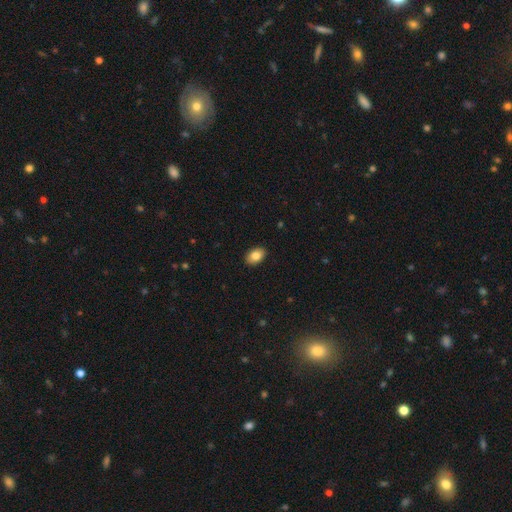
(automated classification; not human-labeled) Smooth or featured: smooth — 84% (featured or disk — 9%)
How rounded: in between — 87% (round — 12%)
Merging: none — 90% (minor disturbance — 7%)